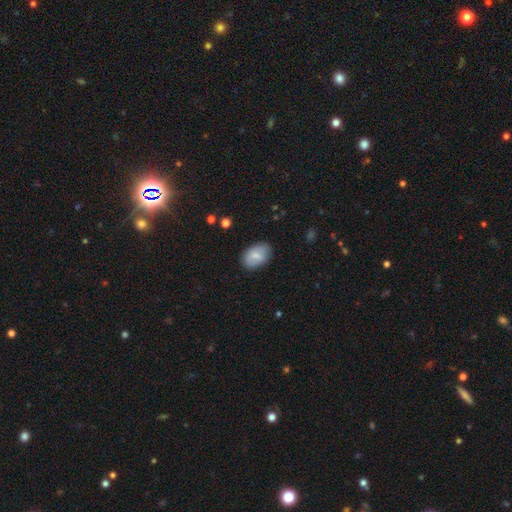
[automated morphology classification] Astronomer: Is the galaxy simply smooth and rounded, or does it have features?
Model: smooth — 77%.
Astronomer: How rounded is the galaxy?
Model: in between — 90%.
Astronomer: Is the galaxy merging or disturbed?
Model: none — 82%.